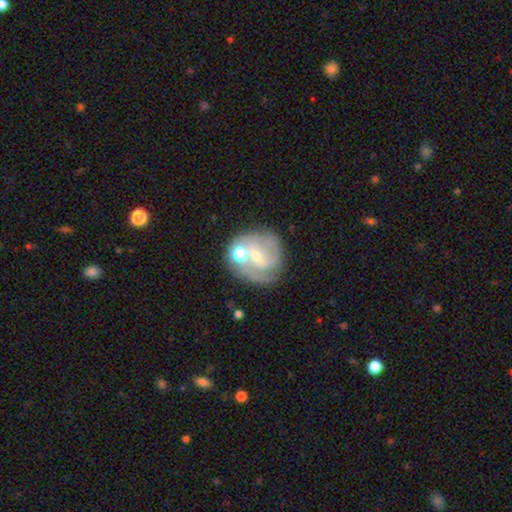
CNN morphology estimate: The model was most divided on "bar": no: 44%, weak: 42%, strong: 14%. Remaining: edge-on disk — no (97%); spiral arms — yes (86%); smooth or featured — featured or disk (72%); merging — none (54%); bulge size — small (52%); spiral arm count — 2 (47%); spiral winding — tight (46%).